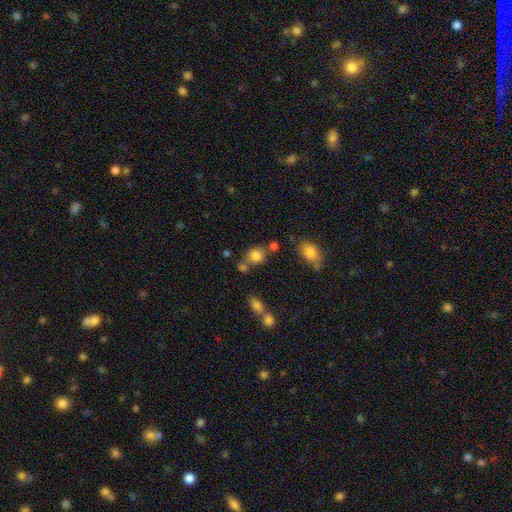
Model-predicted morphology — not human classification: Q: Smooth or featured?
A: smooth (80%); runner-up: star or artifact (12%)
Q: How rounded?
A: round (71%); runner-up: in between (28%)
Q: Merging?
A: none (61%); runner-up: merger (20%)